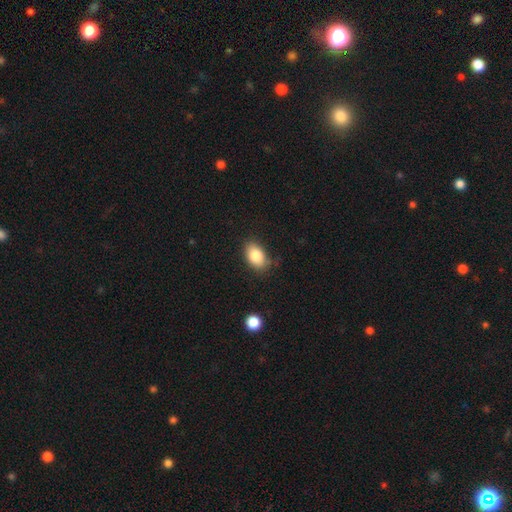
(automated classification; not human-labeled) This appears to be a smooth galaxy with no disk features (84%) that is in between round and cigar-shaped (88%). Merging: none (77%).